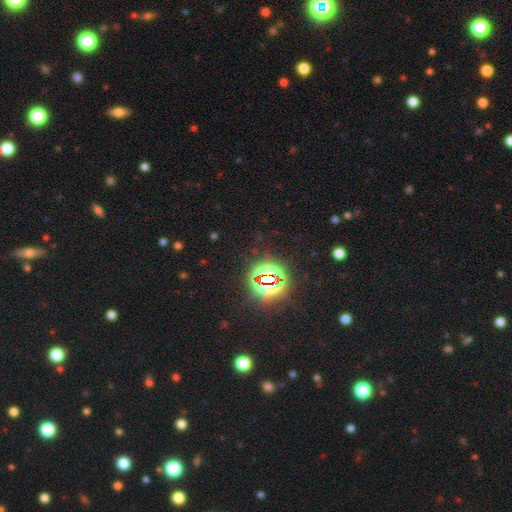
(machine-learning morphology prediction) A star or artifact, not a galaxy (80%).